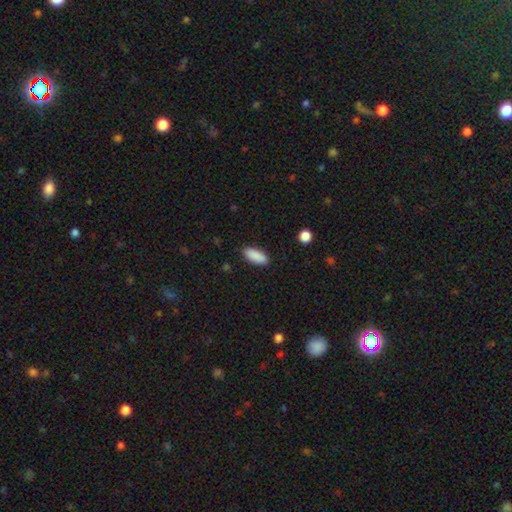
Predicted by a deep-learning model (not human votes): The model was most divided on "how rounded": in between: 82%, cigar-shaped: 16%, round: 2%. More confident: smooth or featured — smooth (90%); merging — none (89%).